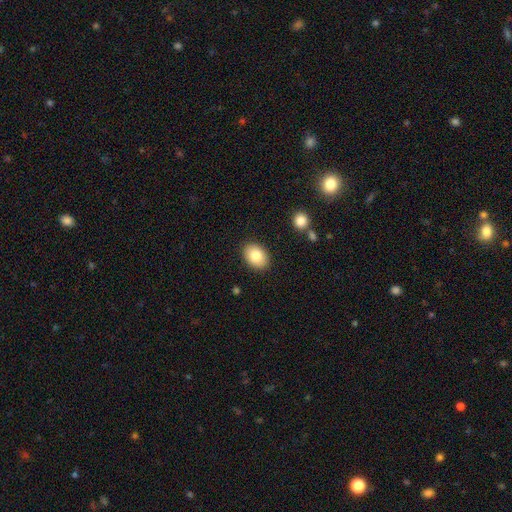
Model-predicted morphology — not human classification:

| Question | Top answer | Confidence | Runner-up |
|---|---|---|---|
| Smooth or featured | smooth | 82% | featured or disk (11%) |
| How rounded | in between | 77% | round (23%) |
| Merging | none | 88% | minor disturbance (8%) |